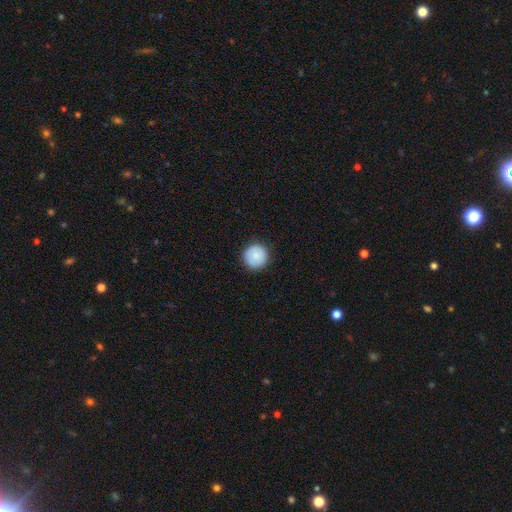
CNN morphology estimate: Smooth or featured: smooth — 87% (star or artifact — 7%)
How rounded: round — 96% (in between — 3%)
Merging: none — 91% (minor disturbance — 7%)